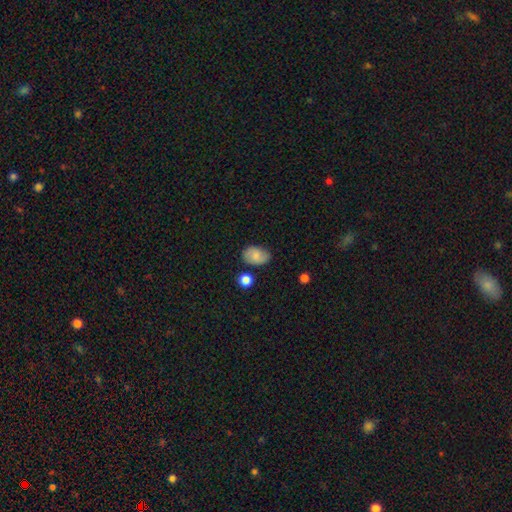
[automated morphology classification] The model was most divided on "merging": none: 74%, minor disturbance: 18%, merger: 4%, major disturbance: 4%. More confident: how rounded — in between (84%); smooth or featured — smooth (79%).